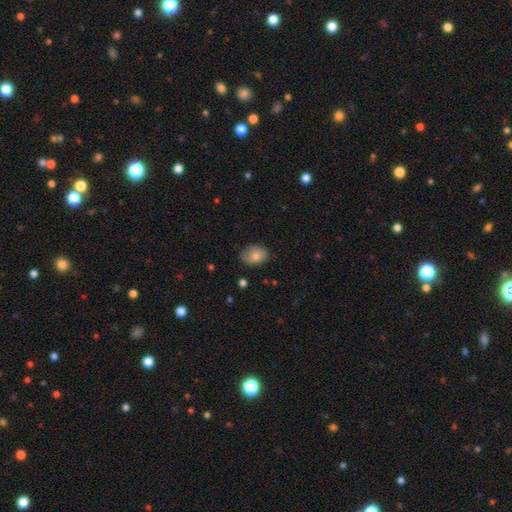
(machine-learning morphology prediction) type=smooth (79%); roundness=in between (77%); merging=none (76%).